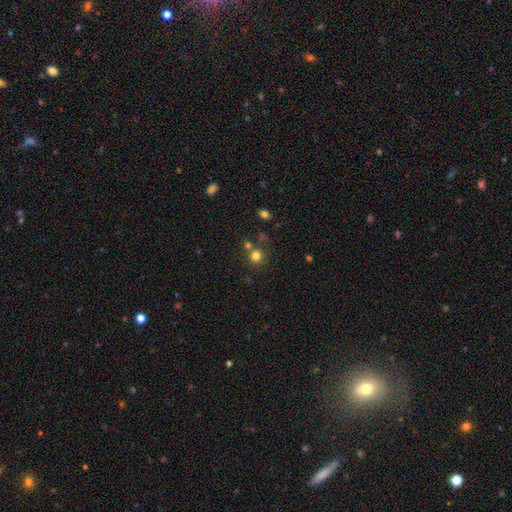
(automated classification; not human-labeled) smooth-or-featured: smooth: 77% | star or artifact: 15% | featured or disk: 7%
  how-rounded: round: 92% | in between: 7% | cigar-shaped: 1%
  merging: none: 68% | merger: 20% | minor disturbance: 8% | major disturbance: 4%